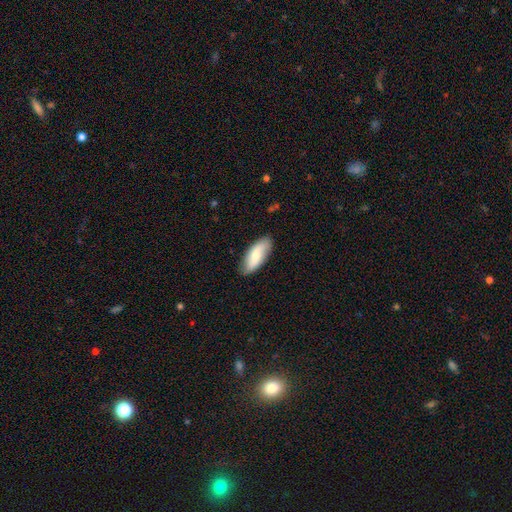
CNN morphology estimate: smooth_or_featured: smooth (p=0.65) [alt: featured or disk p=0.29]
how_rounded: in between (p=0.81) [alt: cigar-shaped p=0.17]
merging: none (p=0.83) [alt: minor disturbance p=0.13]